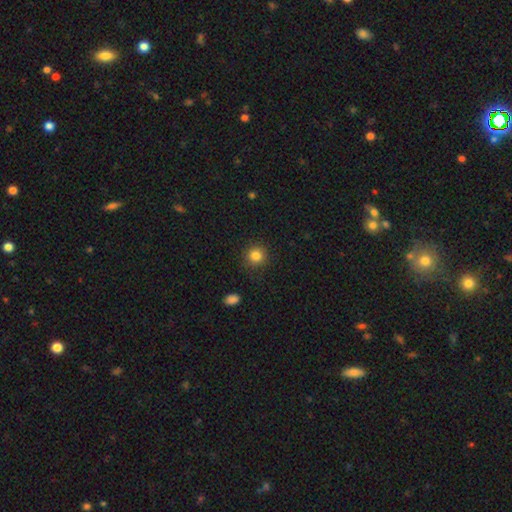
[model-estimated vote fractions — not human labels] A smooth galaxy with no disk features (84%) that is round (92%). Merging: none (89%).